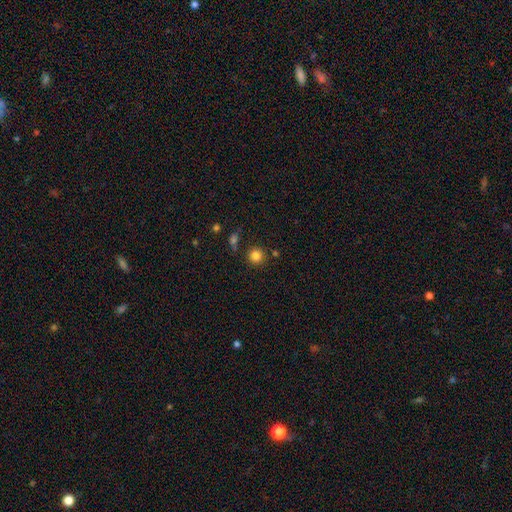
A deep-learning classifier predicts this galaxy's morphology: type=smooth (83%); roundness=round (93%); merging=none (84%).